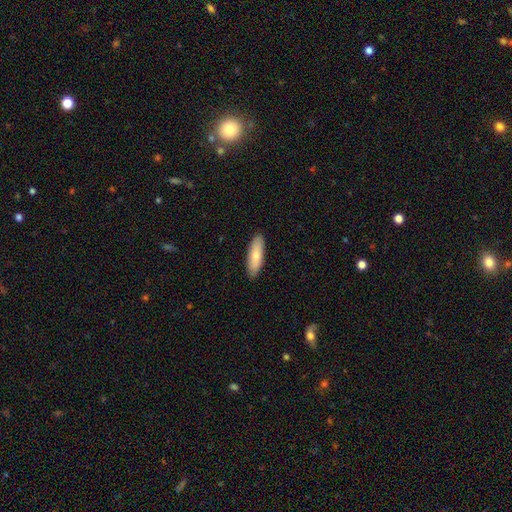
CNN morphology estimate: Q: Smooth or featured?
A: smooth (79%); runner-up: featured or disk (16%)
Q: How rounded?
A: in between (51%); runner-up: cigar-shaped (47%)
Q: Merging?
A: none (90%); runner-up: minor disturbance (8%)